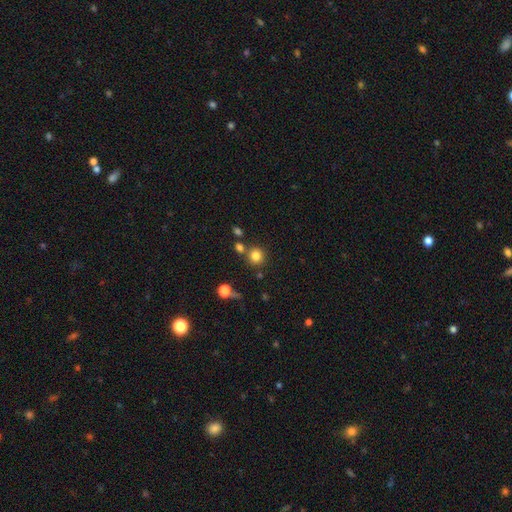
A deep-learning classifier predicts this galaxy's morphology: The model was most divided on "merging": none: 74%, merger: 14%, minor disturbance: 8%, major disturbance: 4%. More confident: how rounded — round (92%); smooth or featured — smooth (81%).